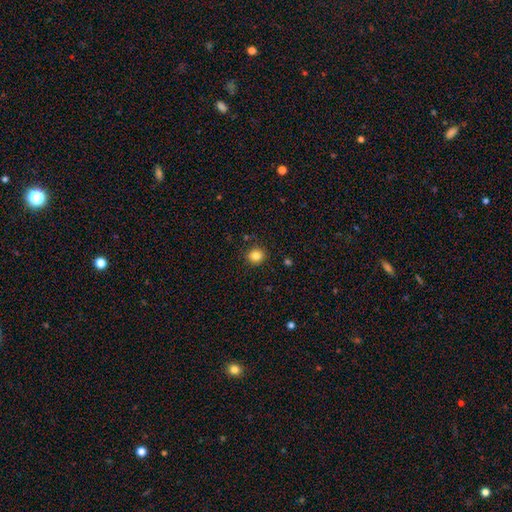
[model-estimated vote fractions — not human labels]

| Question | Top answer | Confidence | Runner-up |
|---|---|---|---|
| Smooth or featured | smooth | 84% | star or artifact (11%) |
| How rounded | round | 88% | in between (11%) |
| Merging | none | 89% | minor disturbance (8%) |